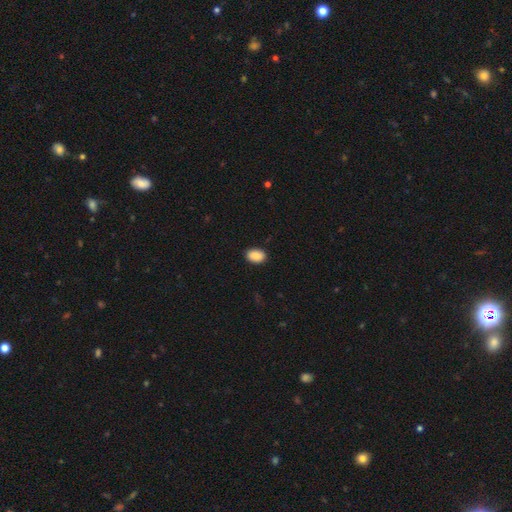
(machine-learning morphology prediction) Q: Smooth or featured?
A: smooth (89%); runner-up: star or artifact (7%)
Q: How rounded?
A: in between (83%); runner-up: round (16%)
Q: Merging?
A: none (88%); runner-up: minor disturbance (9%)